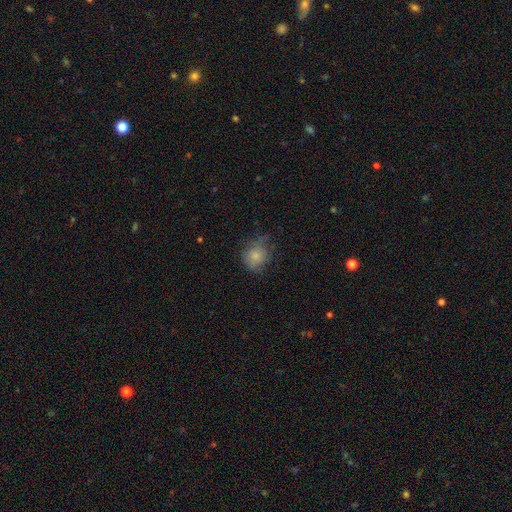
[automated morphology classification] Smooth or featured? Predicted: smooth (p=0.79). How rounded? Predicted: round (p=0.76). Merging? Predicted: none (p=0.57).